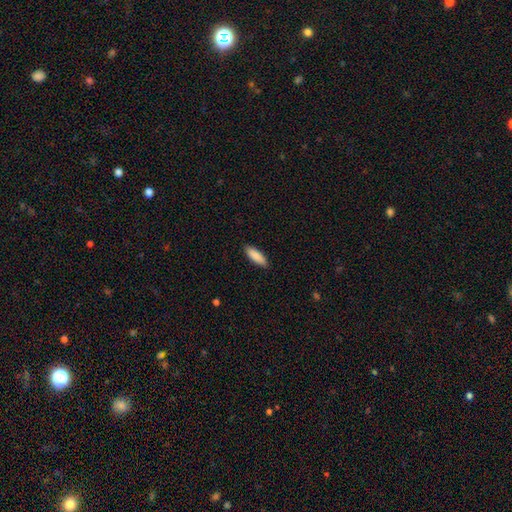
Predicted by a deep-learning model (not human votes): smooth 89%, star or artifact 6%, featured or disk 5%. Down the decision tree: how rounded — in between (59%); merging — none (89%).